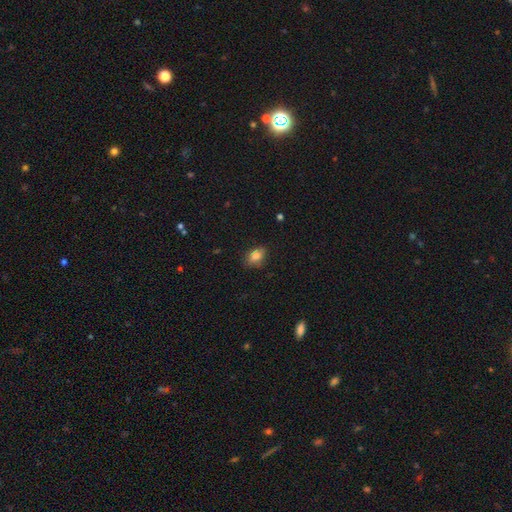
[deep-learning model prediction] Q: Smooth or featured?
A: smooth (84%); runner-up: star or artifact (9%)
Q: How rounded?
A: in between (77%); runner-up: round (22%)
Q: Merging?
A: none (78%); runner-up: minor disturbance (18%)